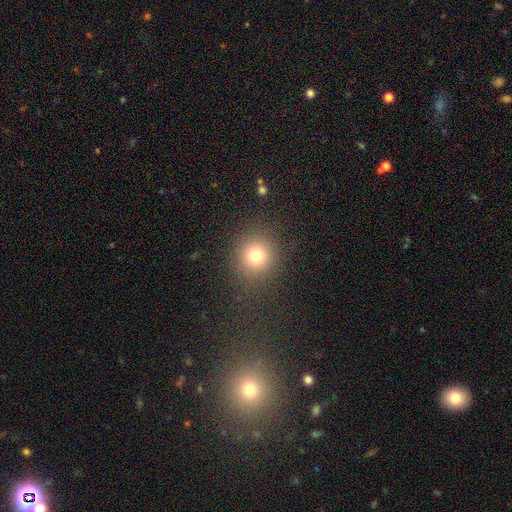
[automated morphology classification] Overall: smooth (76%). How rounded: round (89%). Merging: none (84%).